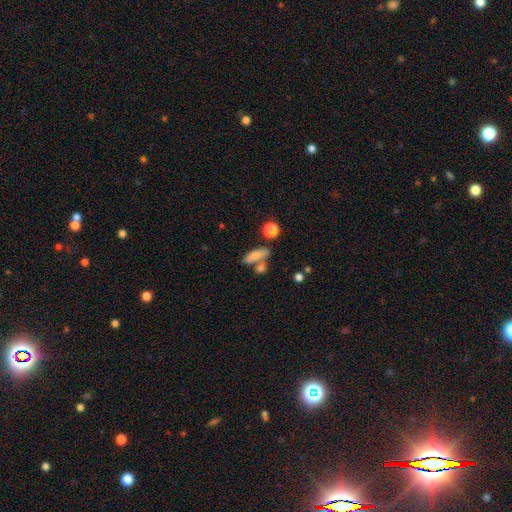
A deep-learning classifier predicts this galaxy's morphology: A smooth galaxy with no disk features (76%) that is in between round and cigar-shaped (56%). Merging: none (54%).